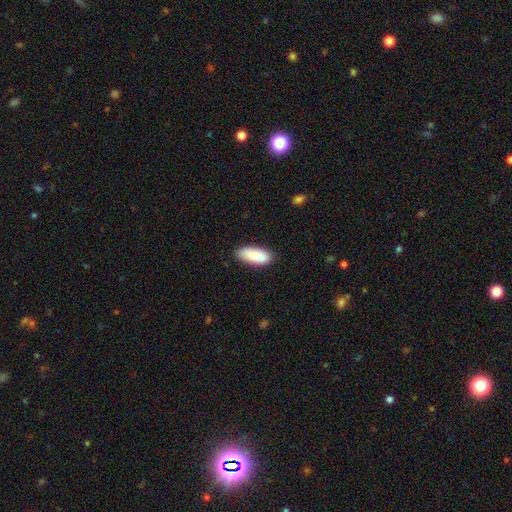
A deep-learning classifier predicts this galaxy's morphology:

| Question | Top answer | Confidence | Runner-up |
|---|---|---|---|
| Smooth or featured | smooth | 89% | star or artifact (6%) |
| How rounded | in between | 81% | cigar-shaped (17%) |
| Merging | none | 83% | minor disturbance (13%) |